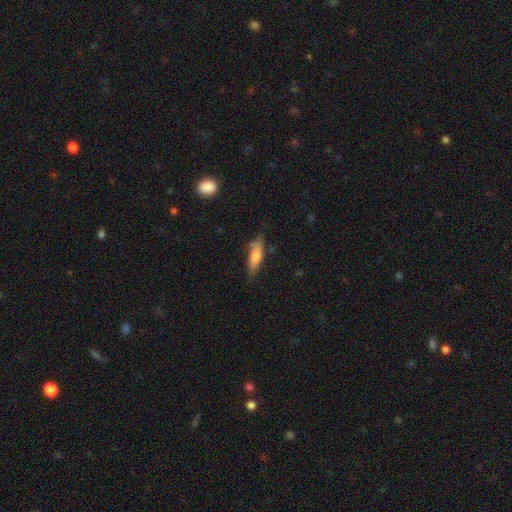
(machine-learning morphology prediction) smooth_or_featured: smooth (p=0.70) [alt: featured or disk p=0.24]
how_rounded: cigar-shaped (p=0.57) [alt: in between p=0.41]
merging: none (p=0.64) [alt: minor disturbance p=0.27]